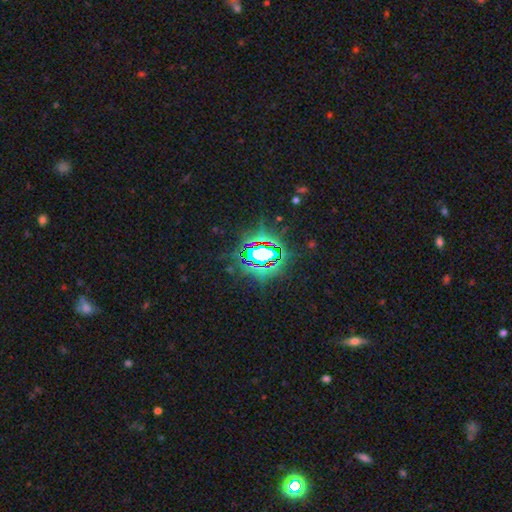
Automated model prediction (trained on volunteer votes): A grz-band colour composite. It shows a star or artifact, not a galaxy (82%).